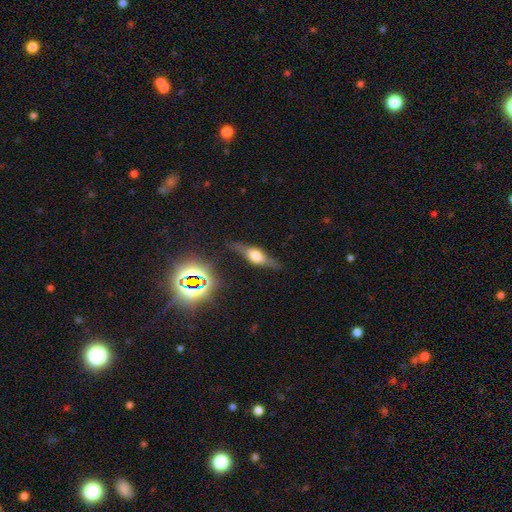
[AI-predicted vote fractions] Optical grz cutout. It shows a featured or disk galaxy (58%) viewed edge-on (89%) with a rounded central bulge (87%). Merging: none (75%).